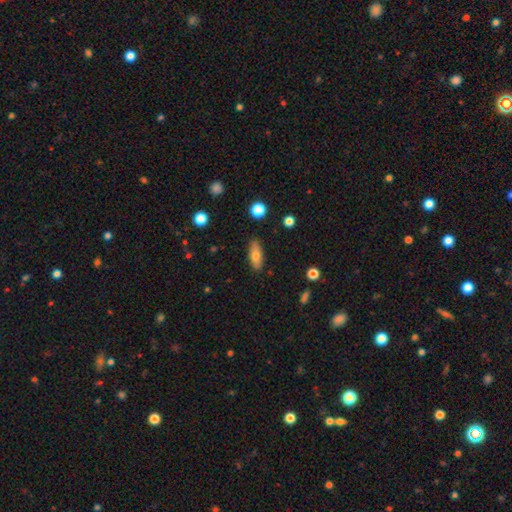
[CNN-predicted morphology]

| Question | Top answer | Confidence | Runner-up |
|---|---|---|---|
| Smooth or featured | smooth | 71% | featured or disk (21%) |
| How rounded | in between | 67% | cigar-shaped (29%) |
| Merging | none | 86% | minor disturbance (10%) |